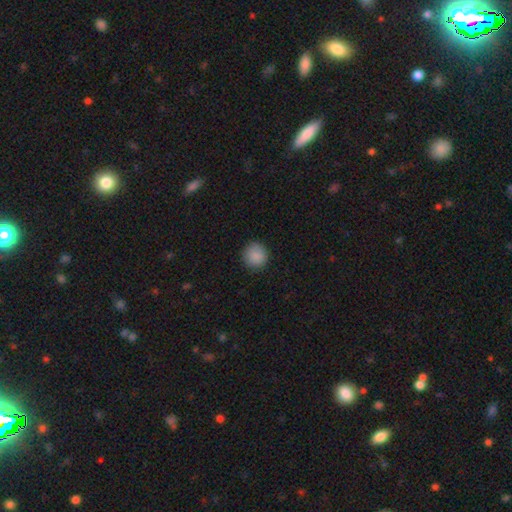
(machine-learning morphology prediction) Smooth or featured?
  - smooth: 88% *
  - star or artifact: 8%
  - featured or disk: 3%
How rounded?
  - round: 94% *
  - in between: 5%
  - cigar-shaped: 1%
Merging?
  - none: 90% *
  - minor disturbance: 7%
  - major disturbance: 2%
  - merger: 1%